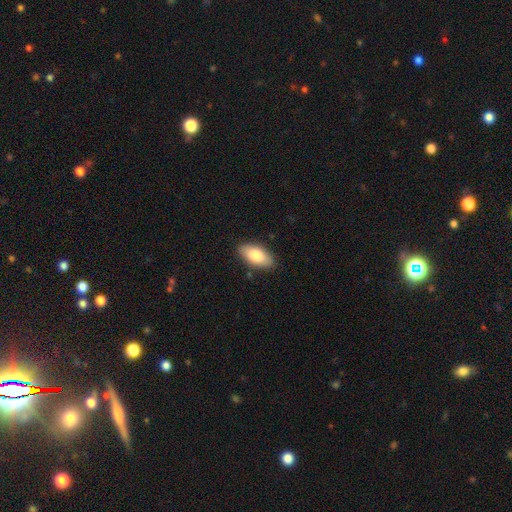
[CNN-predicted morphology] The model was most divided on "smooth or featured": smooth: 82%, featured or disk: 12%, star or artifact: 6%. More confident: how rounded — in between (91%); merging — none (87%).